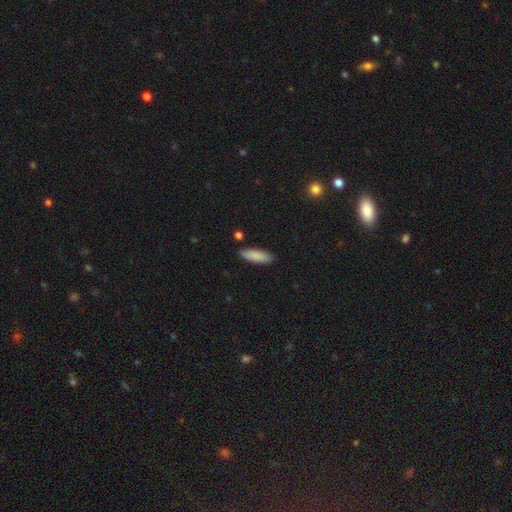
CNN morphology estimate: Smooth or featured: smooth — 87% (featured or disk — 7%)
How rounded: in between — 52% (cigar-shaped — 46%)
Merging: none — 85% (minor disturbance — 10%)